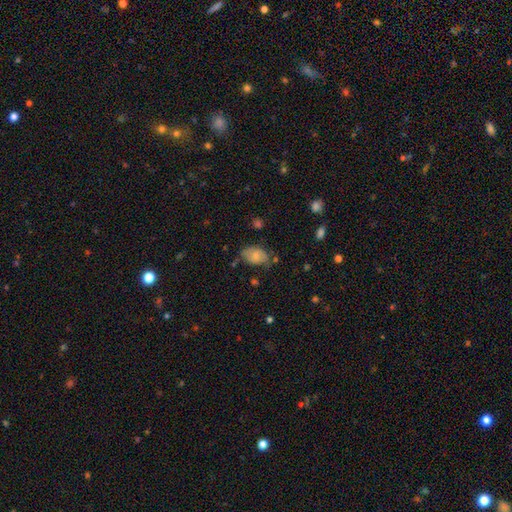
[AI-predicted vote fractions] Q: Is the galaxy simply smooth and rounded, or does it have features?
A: smooth — 64%.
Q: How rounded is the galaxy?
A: in between — 87%.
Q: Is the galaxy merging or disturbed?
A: none — 56%.